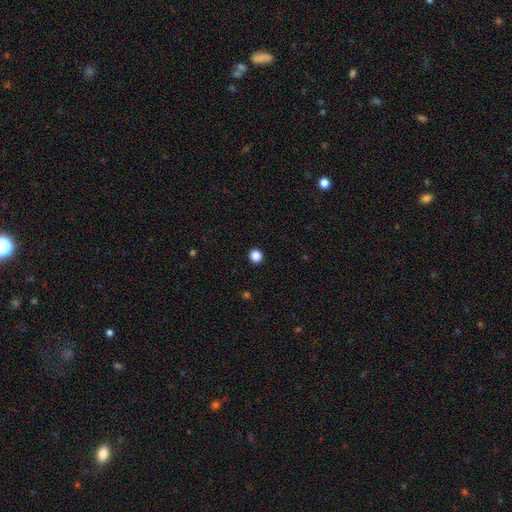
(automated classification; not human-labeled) Overall: smooth (87%). How rounded: round (91%). Merging: none (93%).